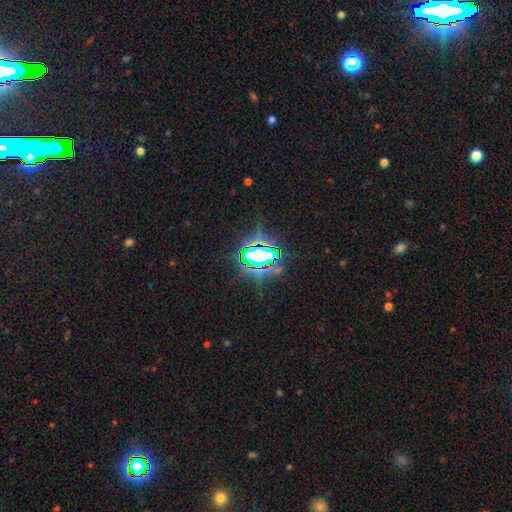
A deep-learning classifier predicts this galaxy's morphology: smooth-or-featured: star or artifact: 74% | smooth: 13% | featured or disk: 13%